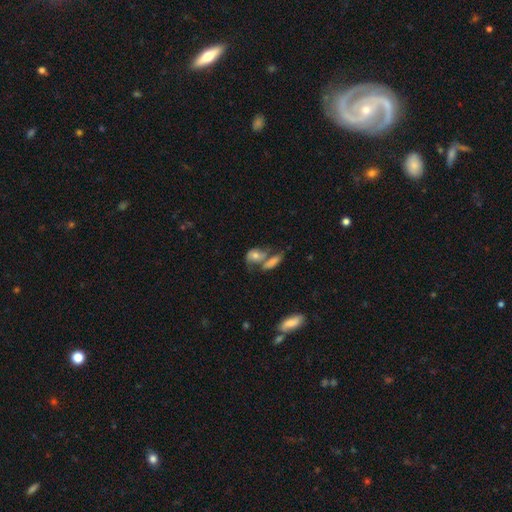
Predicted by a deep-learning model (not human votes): A smooth galaxy with no disk features (54%) that is in between round and cigar-shaped (70%).

Vote fractions:
- Smooth or featured? smooth: 54% / featured or disk: 35% / star or artifact: 11%
- How rounded? in between: 70% / round: 22% / cigar-shaped: 8%
- Merging? merger: 45% / none: 29% / minor disturbance: 14% / major disturbance: 12%